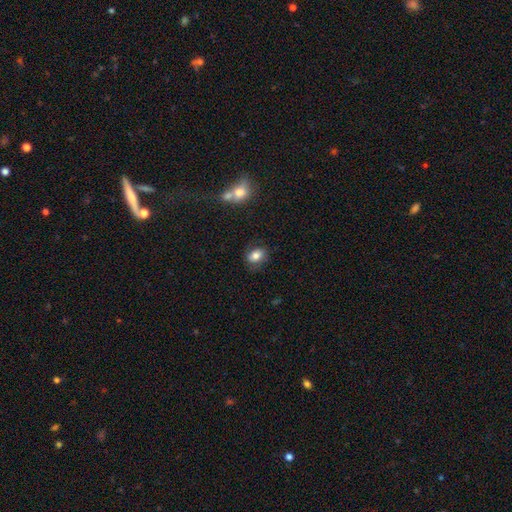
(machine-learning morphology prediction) smooth 77%, featured or disk 14%, star or artifact 9%. Down the decision tree: how rounded — in between (71%); merging — none (75%).